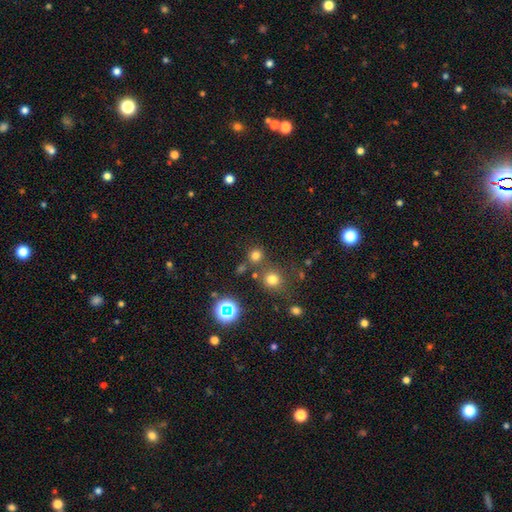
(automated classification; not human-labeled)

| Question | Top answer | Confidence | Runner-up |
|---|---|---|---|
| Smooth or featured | smooth | 72% | star or artifact (22%) |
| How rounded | round | 83% | in between (16%) |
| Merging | none | 71% | merger (15%) |